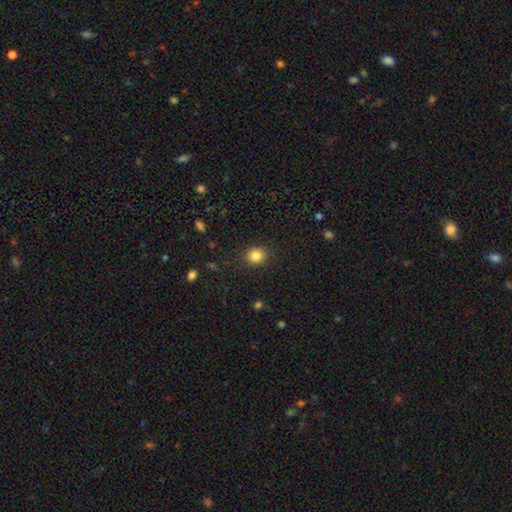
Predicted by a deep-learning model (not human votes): smooth_or_featured: smooth (p=0.85) [alt: star or artifact p=0.11]
how_rounded: round (p=0.75) [alt: in between p=0.24]
merging: none (p=0.87) [alt: minor disturbance p=0.09]